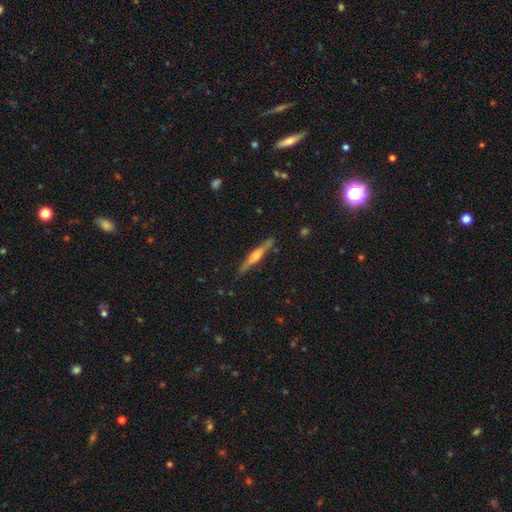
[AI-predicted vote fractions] Smooth or featured?
  - featured or disk: 73% *
  - smooth: 20%
  - star or artifact: 7%
Edge-on disk?
  - yes: 98% *
  - no: 2%
Edge-on bulge?
  - rounded: 85% *
  - boxy: 9%
  - none: 6%
Merging?
  - none: 88% *
  - minor disturbance: 9%
  - merger: 2%
  - major disturbance: 2%